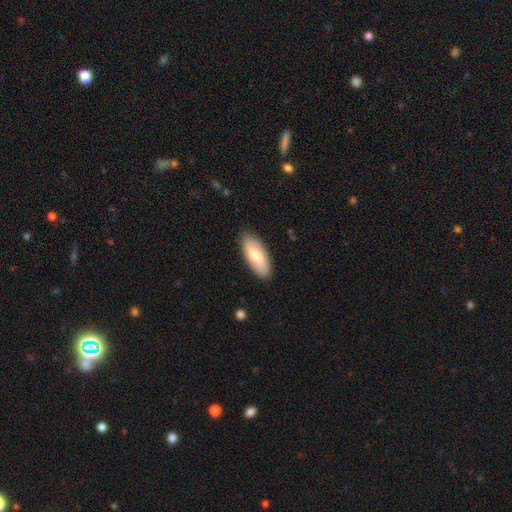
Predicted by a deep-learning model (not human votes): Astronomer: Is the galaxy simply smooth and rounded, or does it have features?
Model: smooth — 75%.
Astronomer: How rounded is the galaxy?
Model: in between — 83%.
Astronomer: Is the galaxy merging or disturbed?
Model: none — 87%.